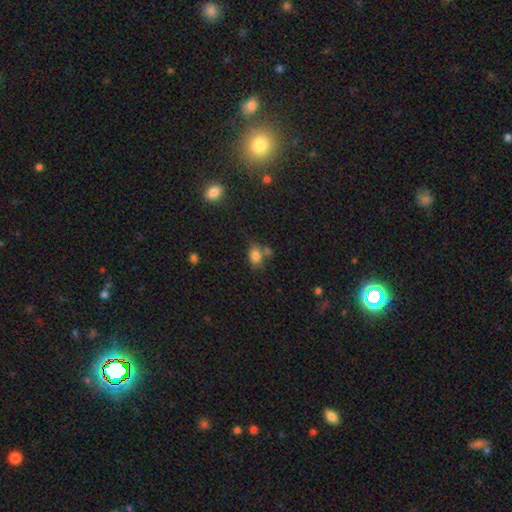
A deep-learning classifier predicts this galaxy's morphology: This appears to be a smooth galaxy with no disk features (80%) that is in between round and cigar-shaped (72%). Merging: none (54%).